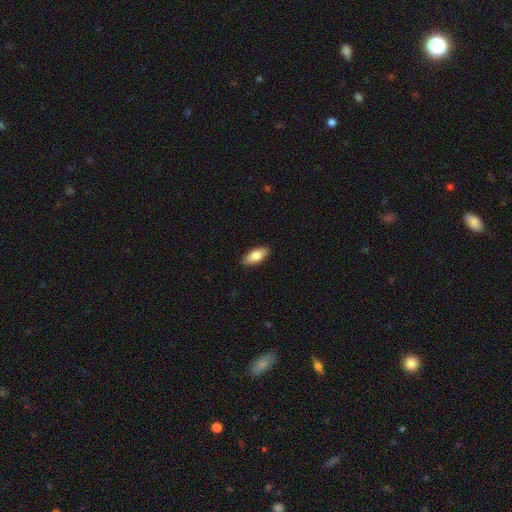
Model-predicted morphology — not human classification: Smooth or featured? Predicted: smooth (p=0.80). How rounded? Predicted: in between (p=0.86). Merging? Predicted: none (p=0.90).